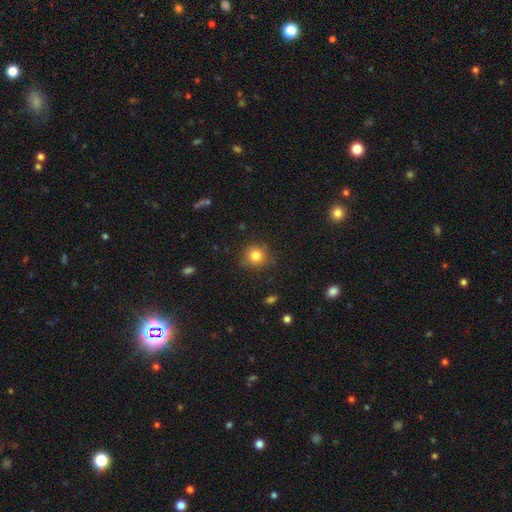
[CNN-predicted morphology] Q: Smooth or featured?
A: smooth (81%); runner-up: star or artifact (12%)
Q: How rounded?
A: round (91%); runner-up: in between (8%)
Q: Merging?
A: none (84%); runner-up: minor disturbance (11%)